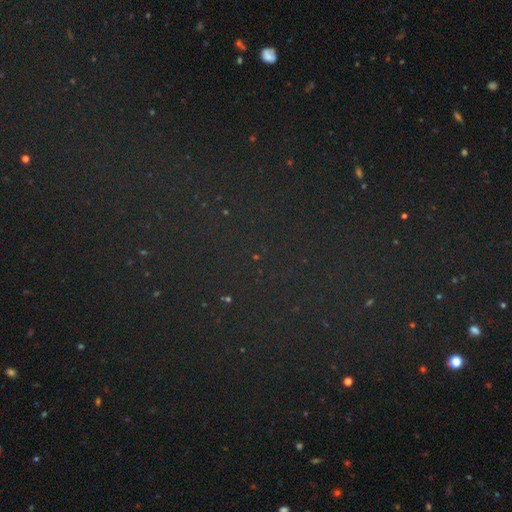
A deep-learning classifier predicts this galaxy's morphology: The model was most divided on "smooth or featured": star or artifact: 79%, smooth: 13%, featured or disk: 9%.